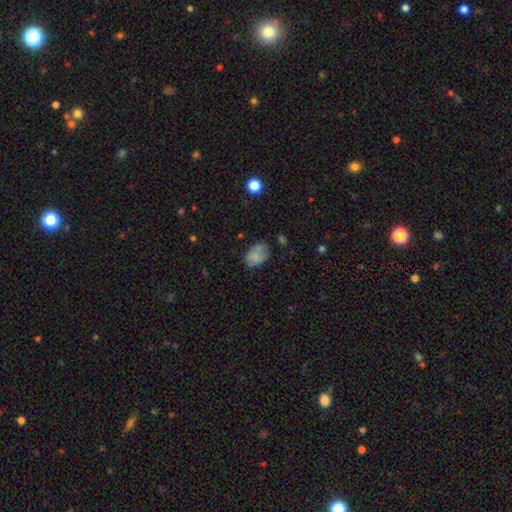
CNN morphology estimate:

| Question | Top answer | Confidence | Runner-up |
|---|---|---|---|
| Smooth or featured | smooth | 75% | featured or disk (15%) |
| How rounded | in between | 82% | round (17%) |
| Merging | none | 63% | minor disturbance (25%) |